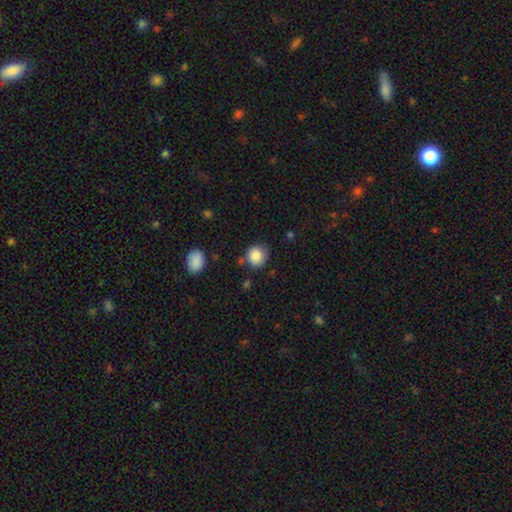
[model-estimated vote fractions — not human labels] This is clearly a smooth galaxy (86%). How rounded: clearly round (83%). Merging: likely none (68%).